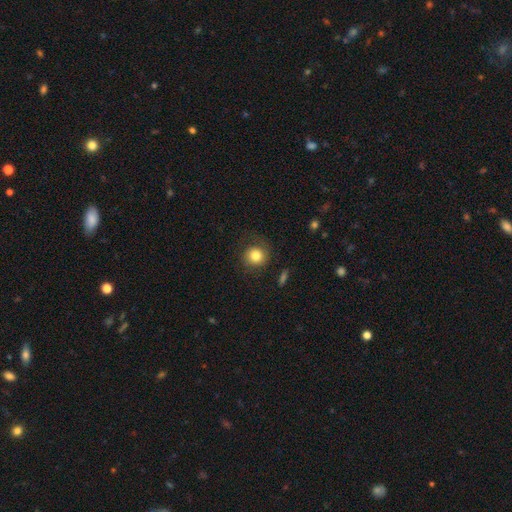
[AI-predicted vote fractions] smooth-or-featured: smooth: 79% | featured or disk: 12% | star or artifact: 9%
  how-rounded: round: 89% | in between: 10% | cigar-shaped: 1%
  merging: none: 71% | minor disturbance: 17% | major disturbance: 11% | merger: 2%